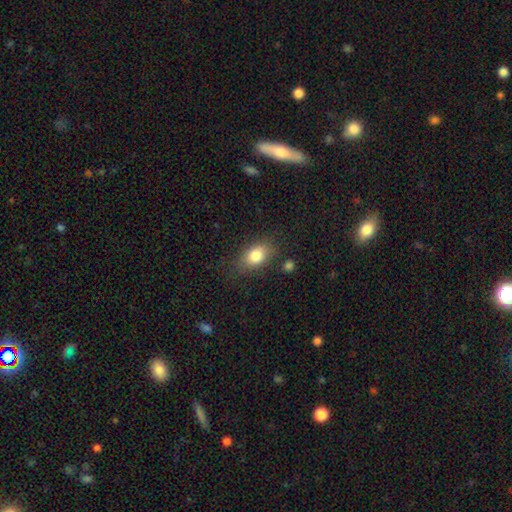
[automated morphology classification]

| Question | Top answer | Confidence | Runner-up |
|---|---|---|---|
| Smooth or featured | smooth | 81% | featured or disk (11%) |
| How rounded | in between | 82% | round (15%) |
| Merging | none | 74% | minor disturbance (17%) |